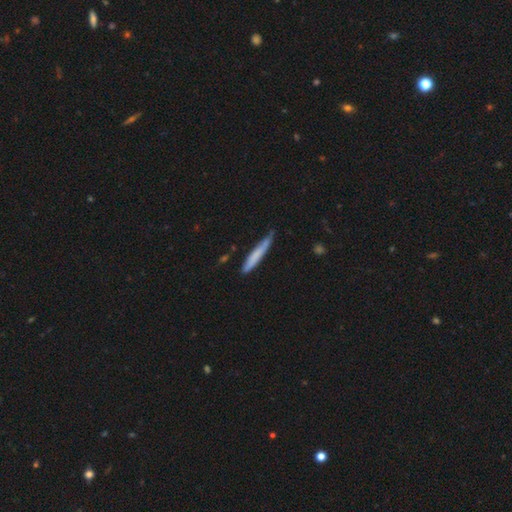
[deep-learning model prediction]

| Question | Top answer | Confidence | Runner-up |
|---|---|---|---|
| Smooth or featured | smooth | 69% | featured or disk (25%) |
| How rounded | cigar-shaped | 94% | in between (5%) |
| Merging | none | 64% | minor disturbance (28%) |